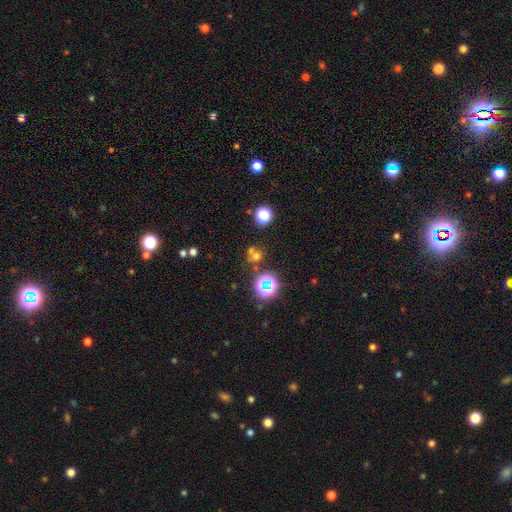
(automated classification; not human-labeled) Morphology: type=smooth (50%); merging=none (57%).